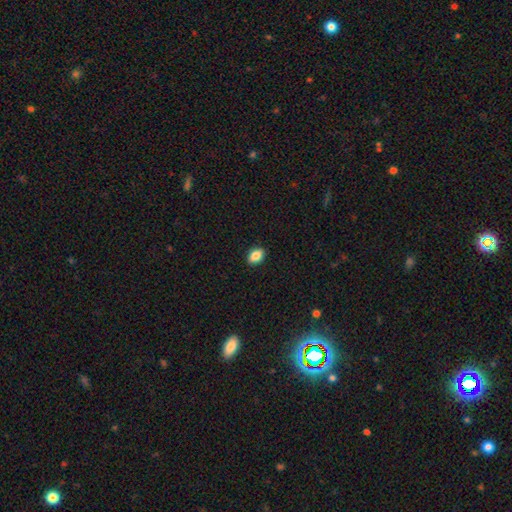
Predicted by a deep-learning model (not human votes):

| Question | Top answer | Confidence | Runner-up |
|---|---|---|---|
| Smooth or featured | smooth | 86% | star or artifact (8%) |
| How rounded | in between | 82% | round (17%) |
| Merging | none | 90% | minor disturbance (8%) |